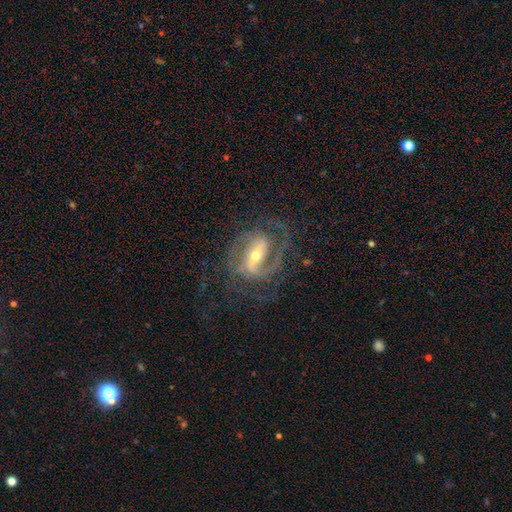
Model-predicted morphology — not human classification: smooth-or-featured: featured or disk: 90% | star or artifact: 5% | smooth: 5%
  disk-edge-on: no: 96% | yes: 4%
    bar: strong: 57% | weak: 31% | no: 11%
    has-spiral-arms: yes: 96% | no: 4%
      spiral-winding: medium: 50% | tight: 33% | loose: 17%
      spiral-arm-count: 2: 65% | 3: 14% | can't tell: 10% | 1: 5% | 4: 4% | more than 4: 3%
    bulge-size: moderate: 53% | small: 40% | large: 4% | none: 1% | dominant: 1%
  merging: none: 68% | minor disturbance: 16% | major disturbance: 15% | merger: 1%